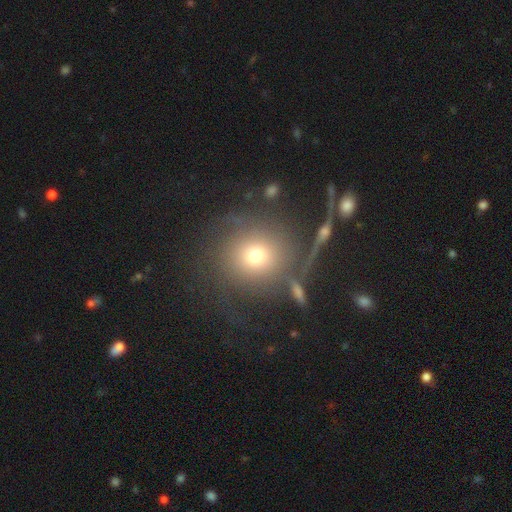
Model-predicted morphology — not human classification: The model was most divided on "smooth or featured": smooth: 64%, featured or disk: 19%, star or artifact: 17%. More confident: how rounded — round (88%); merging — none (72%).